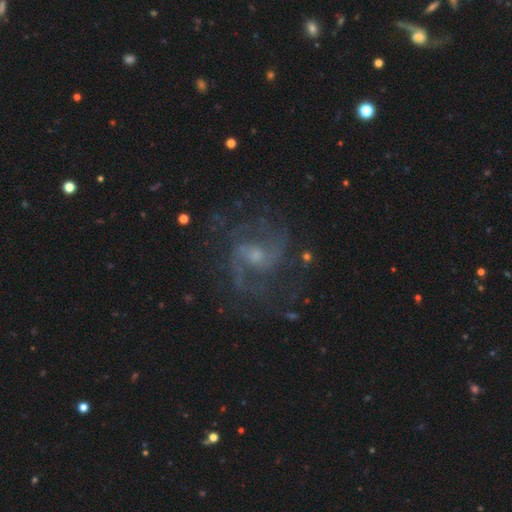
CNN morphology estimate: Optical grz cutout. It shows a featured or disk galaxy (85%) with no bar (47%), 2 (67%) medium (54%) spiral arms (95%) and a small central bulge (56%). Merging: none (72%).